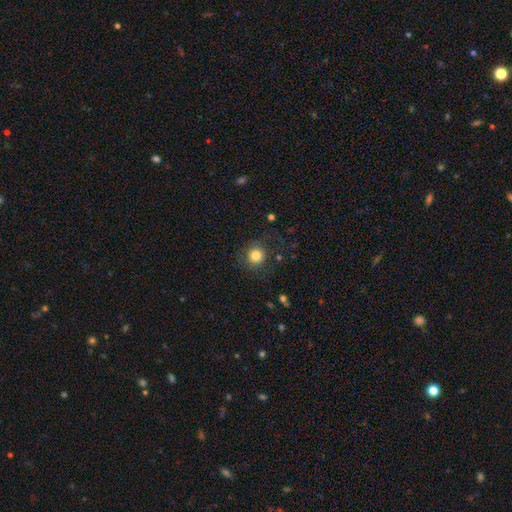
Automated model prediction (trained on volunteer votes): Overall: smooth (82%). How rounded: round (92%). Merging: none (84%).